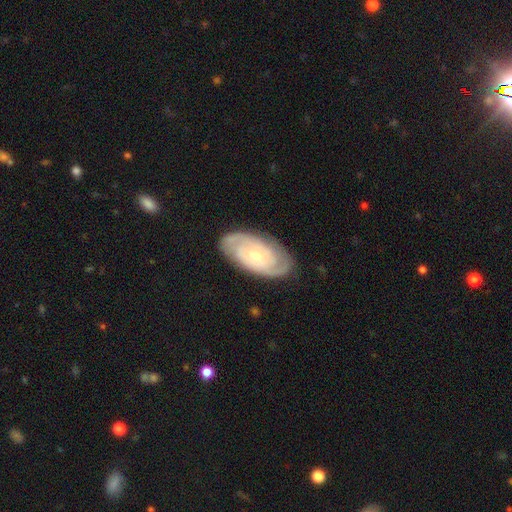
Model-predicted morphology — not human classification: type=featured or disk (80%); edge-on=no (95%); bar=no (71%); spiral arms=yes (95%); winding=tight (66%); arm count=2 (66%); bulge=small (68%); merging=none (83%).